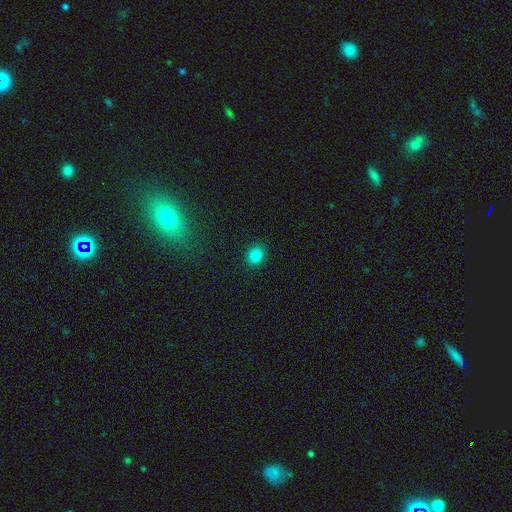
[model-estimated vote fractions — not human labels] This is clearly a smooth galaxy (84%). How rounded: possibly round (58%). Merging: clearly none (89%).